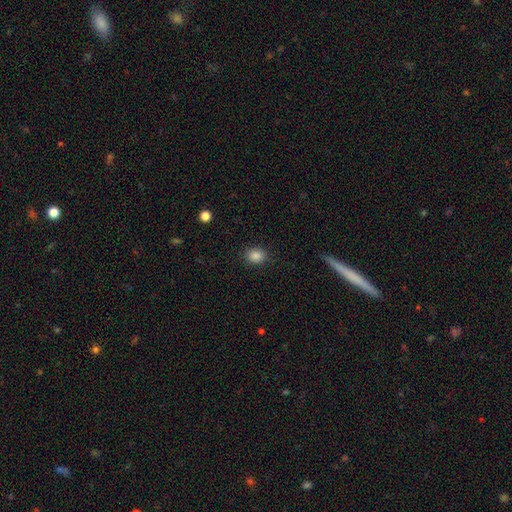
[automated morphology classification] Smooth or featured? Predicted: smooth (p=0.86). How rounded? Predicted: round (p=0.52). Merging? Predicted: none (p=0.87).